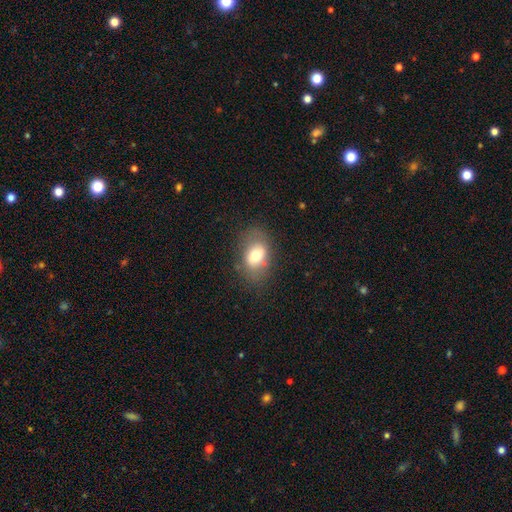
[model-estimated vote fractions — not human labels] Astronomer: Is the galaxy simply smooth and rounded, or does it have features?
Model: smooth — 68%.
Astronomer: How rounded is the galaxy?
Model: in between — 78%.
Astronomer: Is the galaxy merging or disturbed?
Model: none — 72%.